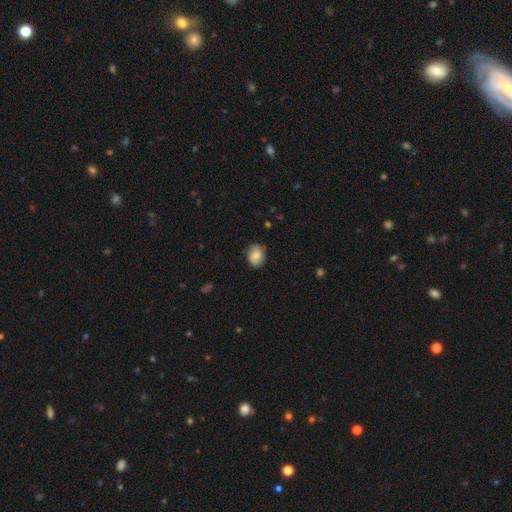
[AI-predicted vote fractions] Smooth or featured? smooth (73%)
How rounded? in between (52%)
Merging? none (74%)